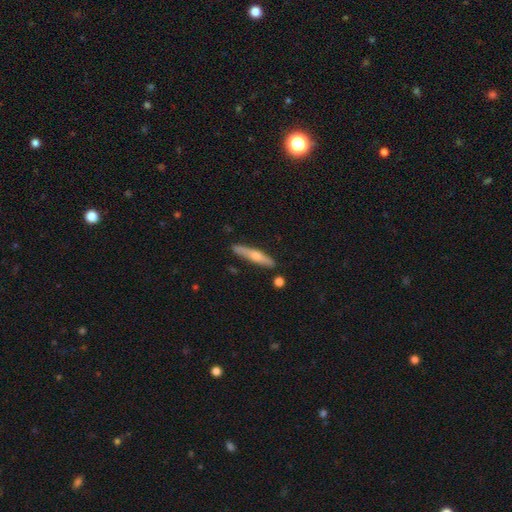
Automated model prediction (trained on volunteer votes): A smooth galaxy with no disk features (49%).

Vote fractions:
- Smooth or featured? smooth: 49% / featured or disk: 46% / star or artifact: 6%
- Merging? none: 84% / minor disturbance: 10% / merger: 3% / major disturbance: 2%